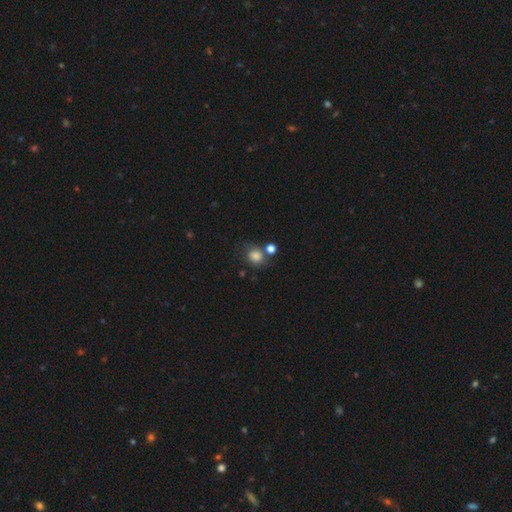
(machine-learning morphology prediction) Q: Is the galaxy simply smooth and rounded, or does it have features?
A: smooth — 80%.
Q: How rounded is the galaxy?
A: round — 74%.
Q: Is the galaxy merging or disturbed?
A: none — 57%.